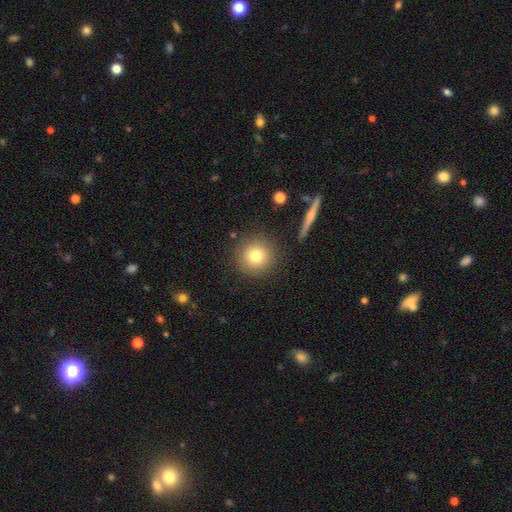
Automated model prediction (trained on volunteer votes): Smooth or featured? smooth (78%)
How rounded? round (94%)
Merging? none (88%)